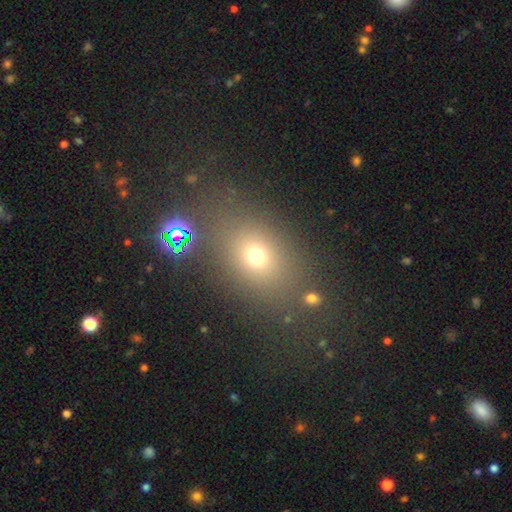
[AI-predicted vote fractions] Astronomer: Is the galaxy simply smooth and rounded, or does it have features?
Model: smooth — 65%.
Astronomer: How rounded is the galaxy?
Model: in between — 58% (runner-up: round, 39%).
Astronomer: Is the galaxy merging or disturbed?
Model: none — 76%.